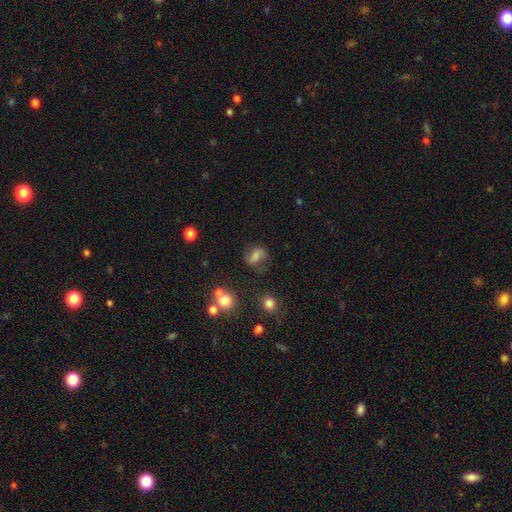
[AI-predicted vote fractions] Smooth or featured: smooth — 58% (featured or disk — 29%)
How rounded: in between — 64% (round — 32%)
Merging: none — 62% (minor disturbance — 22%)